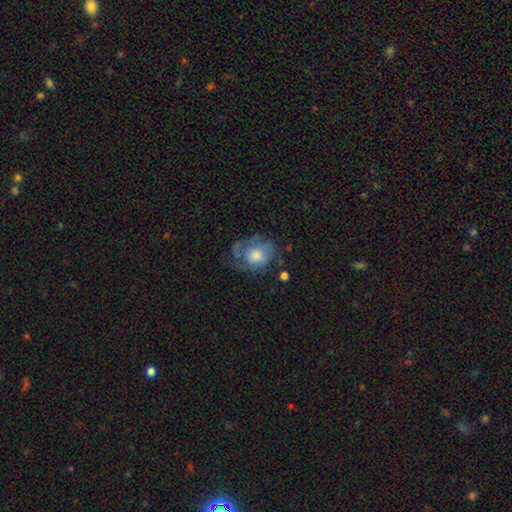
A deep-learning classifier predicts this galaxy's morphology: Smooth or featured: featured or disk — 61% (smooth — 31%)
Edge-on disk: no — 97% (yes — 3%)
Bar: no — 80% (weak — 17%)
Spiral arms: yes — 79% (no — 21%)
Bulge size: moderate — 54% (large — 23%)
Merging: none — 50% (minor disturbance — 24%)